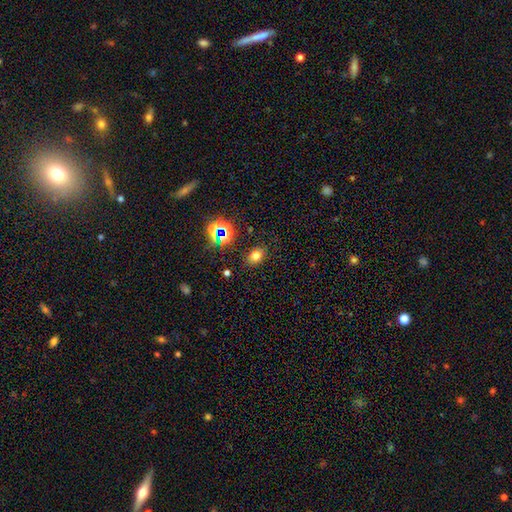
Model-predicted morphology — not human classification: A smooth galaxy with no disk features (69%) that is in between round and cigar-shaped (66%). Merging: none (86%).